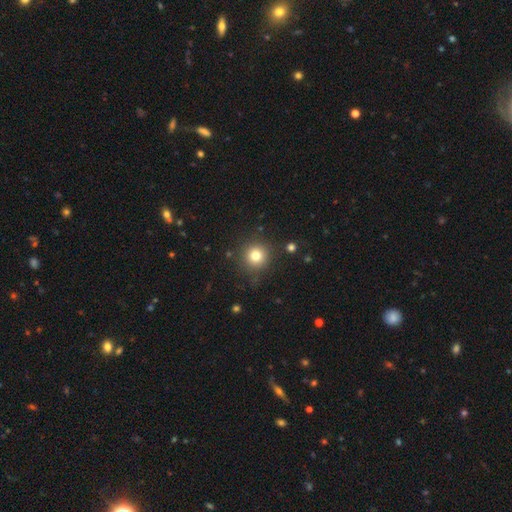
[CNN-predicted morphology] smooth_or_featured: smooth (p=0.78) [alt: star or artifact p=0.14]
how_rounded: round (p=0.94) [alt: in between p=0.05]
merging: none (p=0.87) [alt: minor disturbance p=0.08]